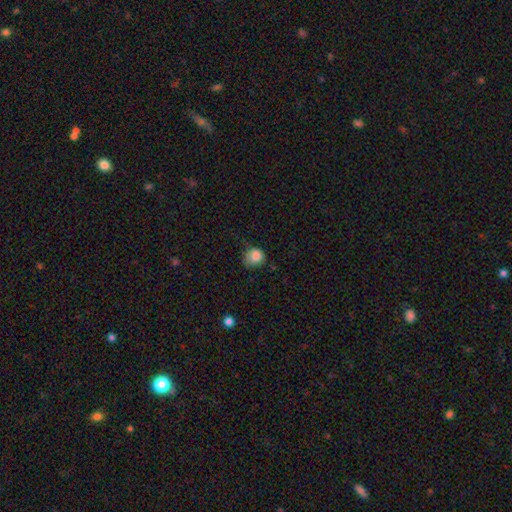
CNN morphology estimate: This appears to be a smooth galaxy with no disk features (84%) that is round (68%). Merging: none (47%).